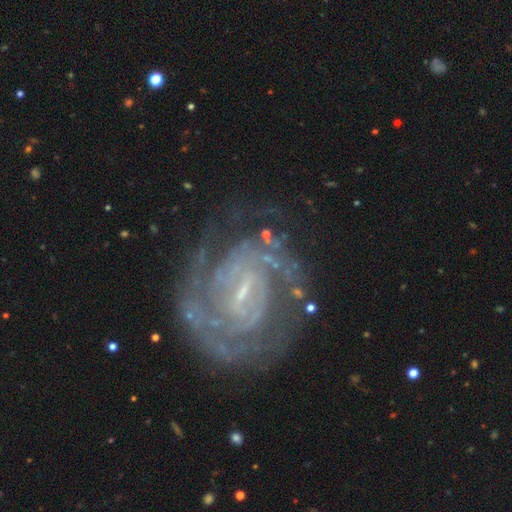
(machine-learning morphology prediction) Smooth or featured? Predicted: featured or disk (p=0.89). Edge-on disk? Predicted: no (p=0.98). Bar? Predicted: weak (p=0.50). Spiral arms? Predicted: yes (p=0.96). Spiral winding? Predicted: tight (p=0.70). Spiral arm count? Predicted: 2 (p=0.41). Bulge size? Predicted: small (p=0.71). Merging? Predicted: none (p=0.74).